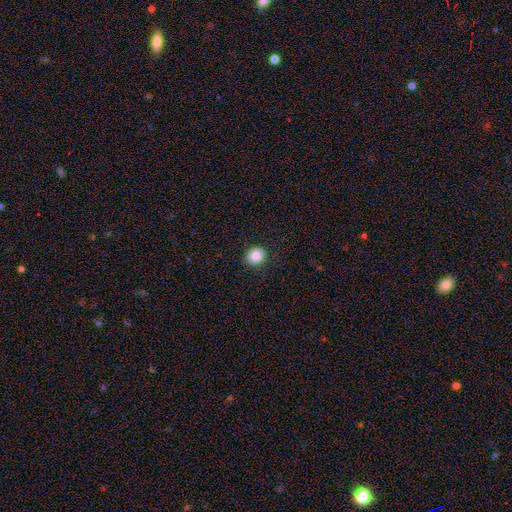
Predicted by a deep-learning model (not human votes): The model was most divided on "how rounded": round: 87%, in between: 13%, cigar-shaped: 1%. More confident: merging — none (91%); smooth or featured — smooth (85%).